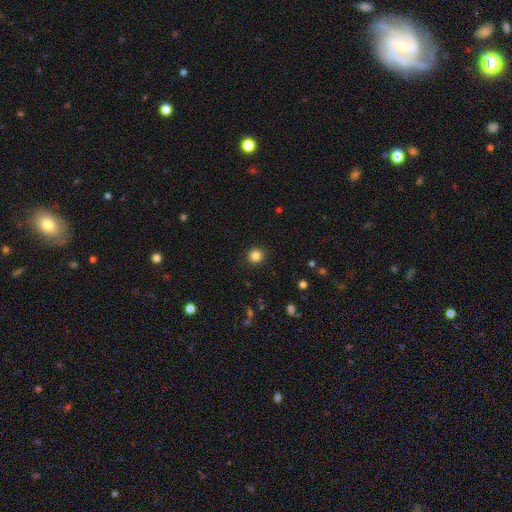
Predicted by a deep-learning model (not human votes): smooth 84%, star or artifact 11%, featured or disk 4%. Down the decision tree: how rounded — round (94%); merging — none (93%).